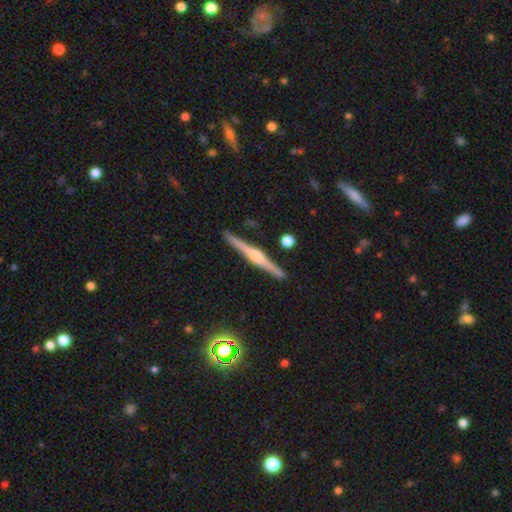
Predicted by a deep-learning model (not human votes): featured or disk 80%, smooth 14%, star or artifact 6%. Down the decision tree: edge-on disk — yes (98%); edge-on bulge — rounded (80%); merging — none (91%).